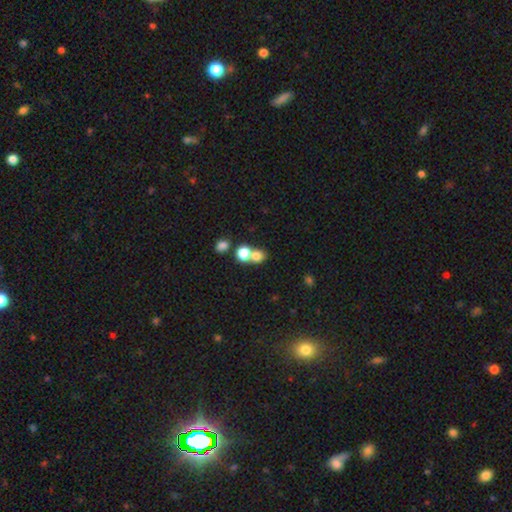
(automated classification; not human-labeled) Smooth or featured? smooth (76%)
How rounded? round (75%)
Merging? merger (50%)